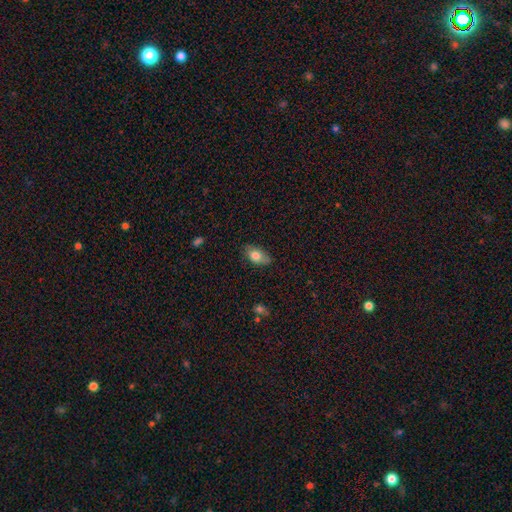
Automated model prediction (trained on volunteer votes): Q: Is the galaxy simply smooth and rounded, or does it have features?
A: smooth — 78%.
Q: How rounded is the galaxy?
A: in between — 89%.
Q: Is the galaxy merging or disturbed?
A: none — 73%.